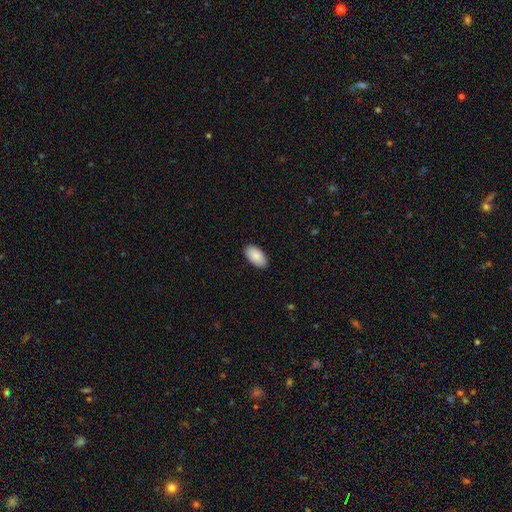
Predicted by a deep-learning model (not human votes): A smooth galaxy with no disk features (90%) that is in between round and cigar-shaped (96%). Merging: none (89%).